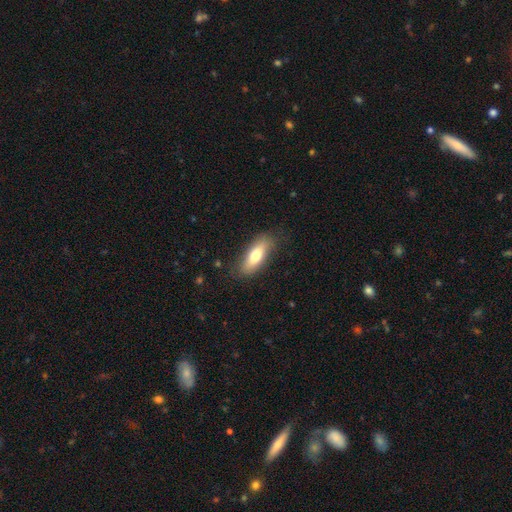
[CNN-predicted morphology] type=smooth (70%); roundness=in between (65%); merging=none (81%).